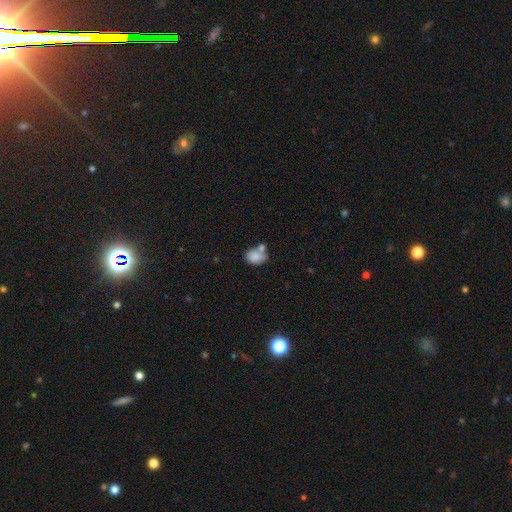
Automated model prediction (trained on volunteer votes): A smooth galaxy with no disk features (79%) that is in between round and cigar-shaped (59%).

Vote fractions:
- Smooth or featured? smooth: 79% / featured or disk: 13% / star or artifact: 9%
- How rounded? in between: 59% / round: 40% / cigar-shaped: 1%
- Merging? merger: 43% / none: 34% / minor disturbance: 15% / major disturbance: 7%